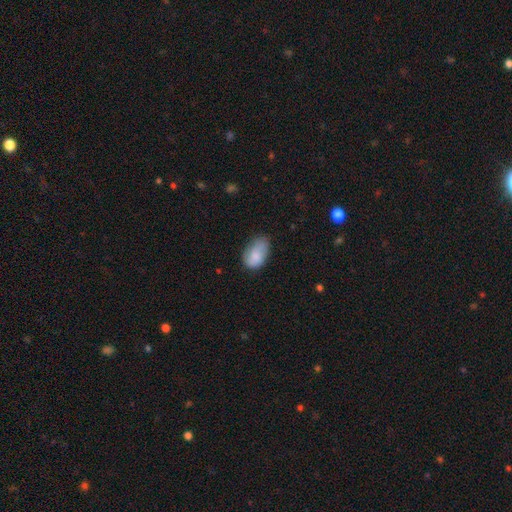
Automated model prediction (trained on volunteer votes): This is clearly a smooth galaxy (82%). How rounded: clearly in between (91%). Merging: possibly none (53%).